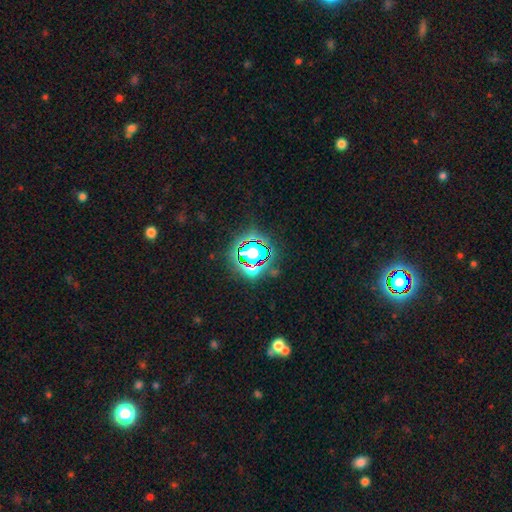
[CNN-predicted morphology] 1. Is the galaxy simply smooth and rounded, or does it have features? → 67% star or artifact, 21% smooth, 12% featured or disk.